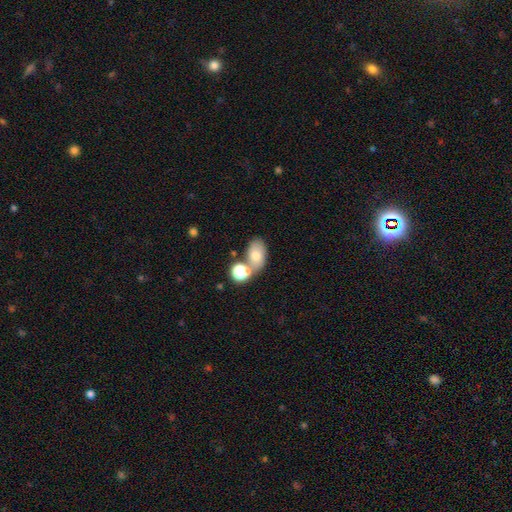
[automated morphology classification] Smooth or featured? Predicted: smooth (p=0.73). How rounded? Predicted: in between (p=0.85). Merging? Predicted: none (p=0.47).